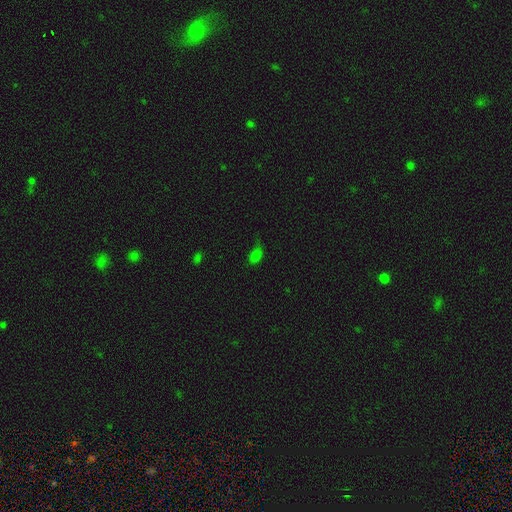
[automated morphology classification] A smooth galaxy with no disk features (70%) that is in between round and cigar-shaped (87%). Merging: none (50%).